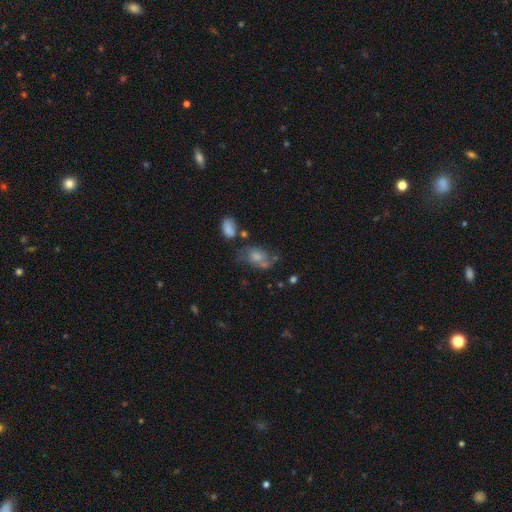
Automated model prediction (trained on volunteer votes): Smooth or featured? Predicted: featured or disk (p=0.44). Merging? Predicted: none (p=0.50).